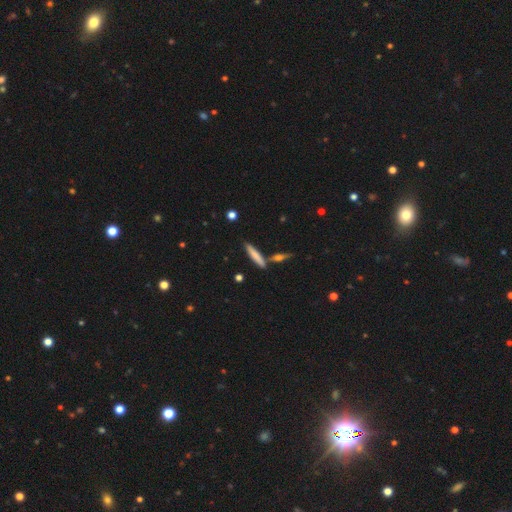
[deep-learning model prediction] smooth 70%, featured or disk 23%, star or artifact 6%. Down the decision tree: how rounded — cigar-shaped (88%); merging — none (75%).